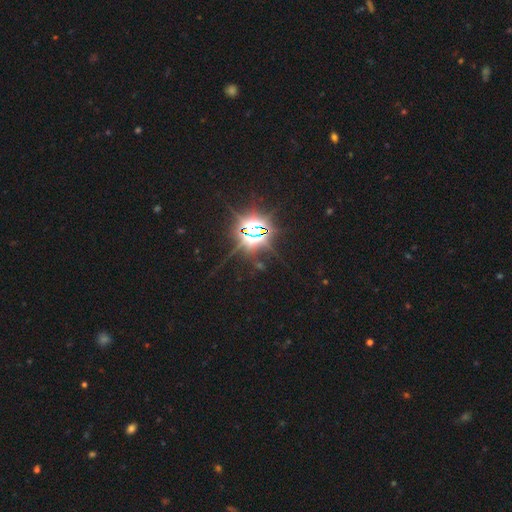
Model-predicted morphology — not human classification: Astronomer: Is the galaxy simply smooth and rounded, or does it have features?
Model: star or artifact — 83%.